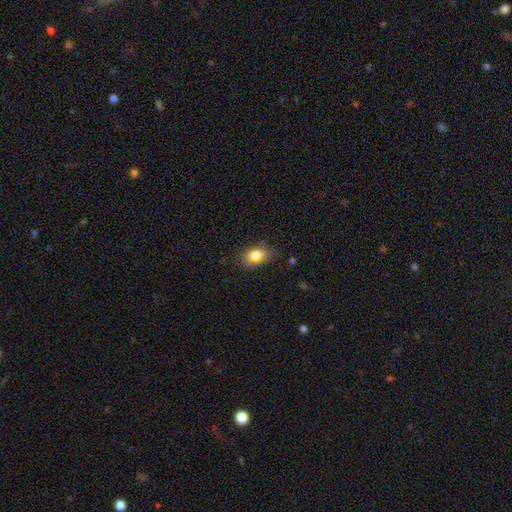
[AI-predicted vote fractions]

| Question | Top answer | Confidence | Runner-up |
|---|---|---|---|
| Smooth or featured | smooth | 81% | featured or disk (10%) |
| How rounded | in between | 84% | round (14%) |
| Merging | none | 73% | minor disturbance (21%) |